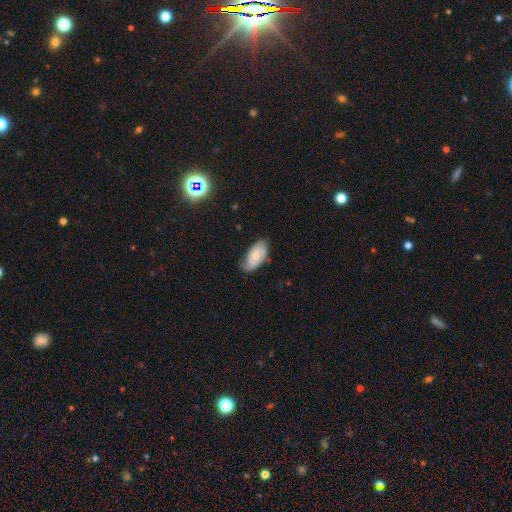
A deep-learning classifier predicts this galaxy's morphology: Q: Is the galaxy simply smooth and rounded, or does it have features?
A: smooth — 69%.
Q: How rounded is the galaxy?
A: in between — 94%.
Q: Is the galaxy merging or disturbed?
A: none — 68%.